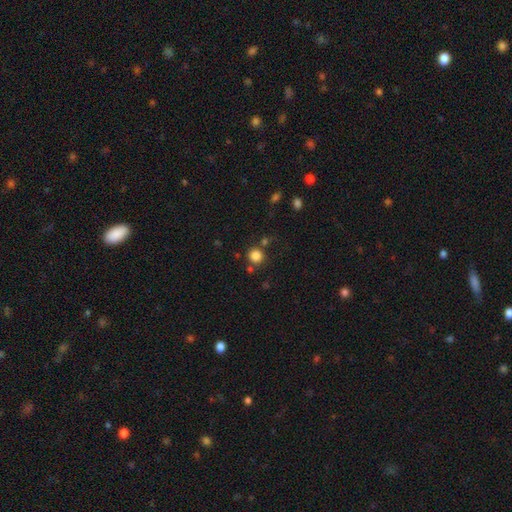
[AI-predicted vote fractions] A smooth galaxy with no disk features (83%) that is round (92%).

Vote fractions:
- Smooth or featured? smooth: 83% / star or artifact: 12% / featured or disk: 5%
- How rounded? round: 92% / in between: 7% / cigar-shaped: 1%
- Merging? none: 78% / merger: 10% / minor disturbance: 9% / major disturbance: 4%